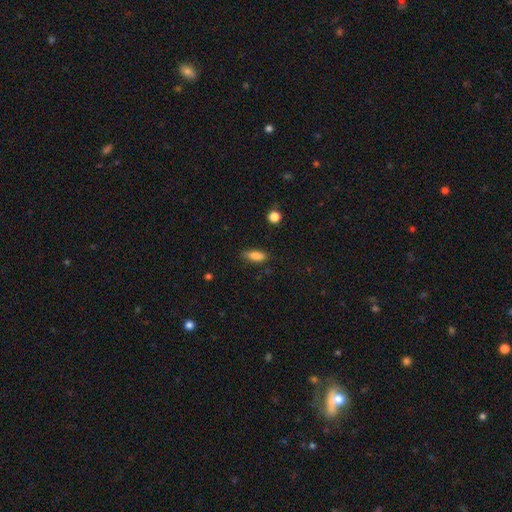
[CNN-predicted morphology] type=smooth (83%); roundness=in between (72%); merging=none (79%).